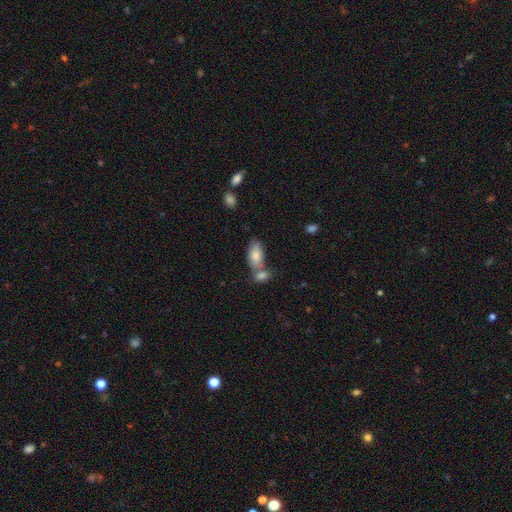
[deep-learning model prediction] Smooth or featured: smooth — 79% (featured or disk — 14%)
How rounded: in between — 91% (cigar-shaped — 5%)
Merging: none — 43% (merger — 41%)